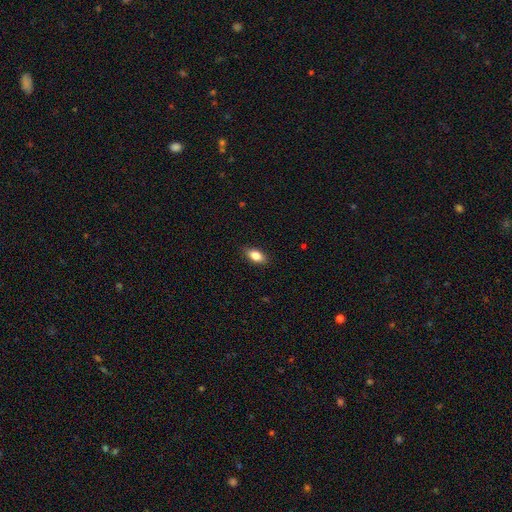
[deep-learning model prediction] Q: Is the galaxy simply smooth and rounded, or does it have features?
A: smooth — 83%.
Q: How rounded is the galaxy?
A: in between — 88%.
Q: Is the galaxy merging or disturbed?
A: none — 88%.